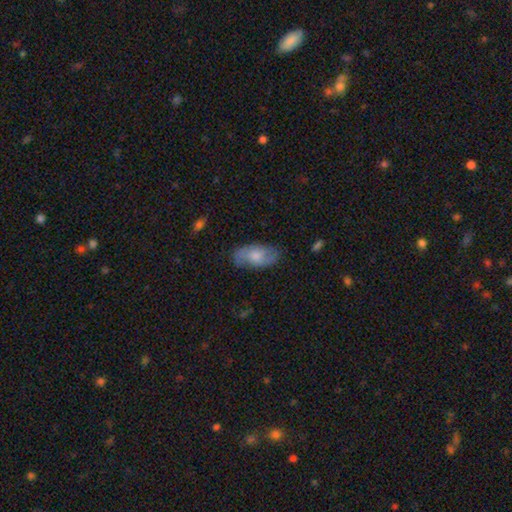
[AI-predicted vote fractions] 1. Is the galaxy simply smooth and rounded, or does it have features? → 59% smooth, 35% featured or disk, 7% star or artifact.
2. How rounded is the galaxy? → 92% in between, 4% cigar-shaped, 3% round.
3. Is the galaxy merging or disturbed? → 75% none, 19% minor disturbance, 5% major disturbance, 1% merger.